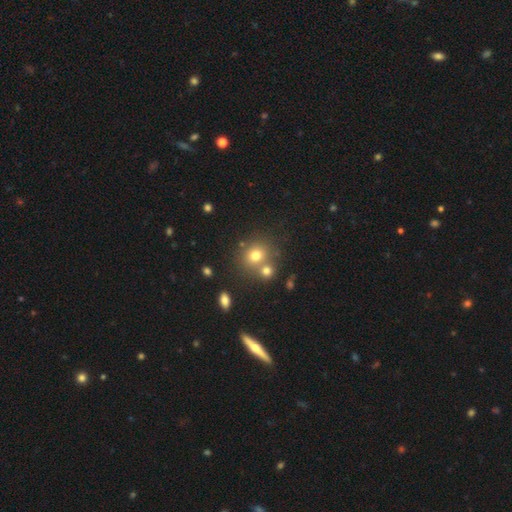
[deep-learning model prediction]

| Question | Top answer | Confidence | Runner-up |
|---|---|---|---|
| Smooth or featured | smooth | 74% | star or artifact (15%) |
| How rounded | round | 78% | in between (21%) |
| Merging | none | 58% | merger (29%) |